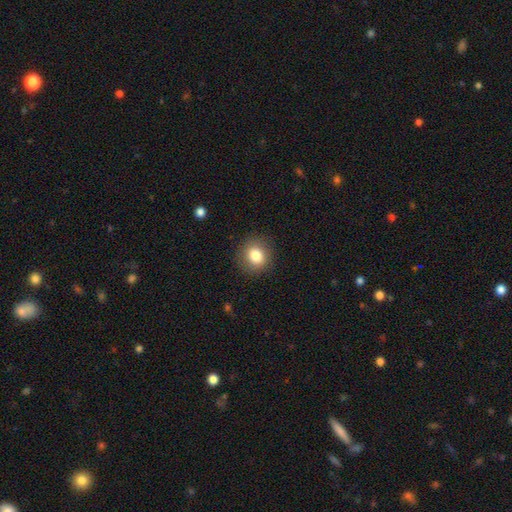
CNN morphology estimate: smooth_or_featured: smooth (p=0.83) [alt: star or artifact p=0.10]
how_rounded: round (p=0.82) [alt: in between p=0.17]
merging: none (p=0.88) [alt: minor disturbance p=0.08]